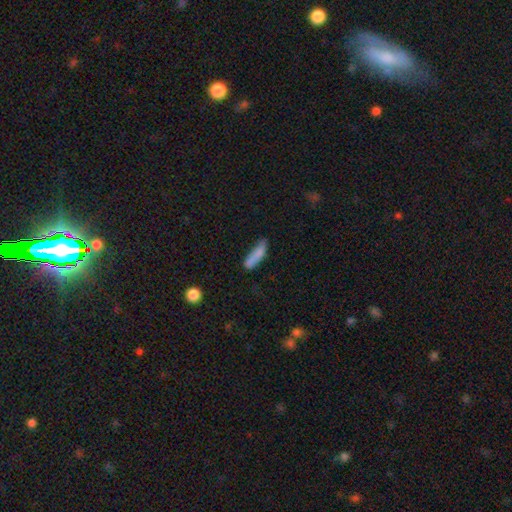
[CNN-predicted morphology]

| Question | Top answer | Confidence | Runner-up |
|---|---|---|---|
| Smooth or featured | smooth | 79% | featured or disk (13%) |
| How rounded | cigar-shaped | 71% | in between (27%) |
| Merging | none | 60% | minor disturbance (27%) |